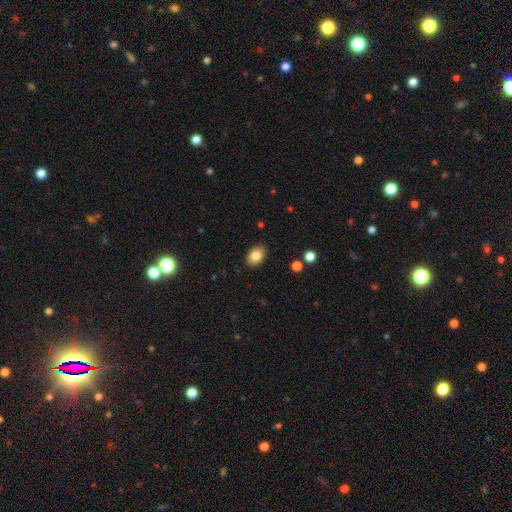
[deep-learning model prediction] A smooth galaxy with no disk features (83%) that is in between round and cigar-shaped (81%).

Vote fractions:
- Smooth or featured? smooth: 83% / featured or disk: 9% / star or artifact: 8%
- How rounded? in between: 81% / round: 18% / cigar-shaped: 1%
- Merging? none: 88% / minor disturbance: 9% / major disturbance: 2% / merger: 1%